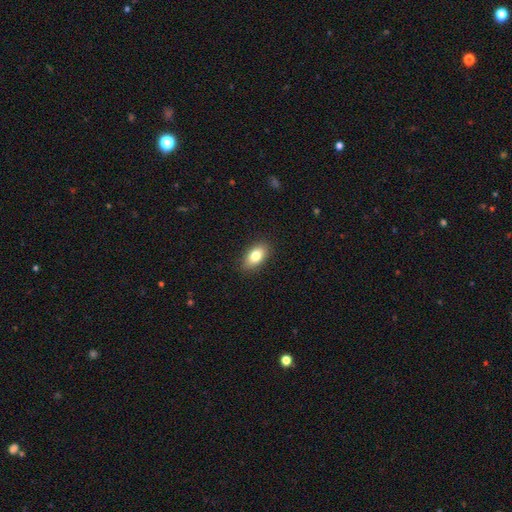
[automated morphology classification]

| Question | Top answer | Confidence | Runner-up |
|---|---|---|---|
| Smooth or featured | smooth | 81% | featured or disk (12%) |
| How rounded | in between | 90% | round (6%) |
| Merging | none | 87% | minor disturbance (10%) |